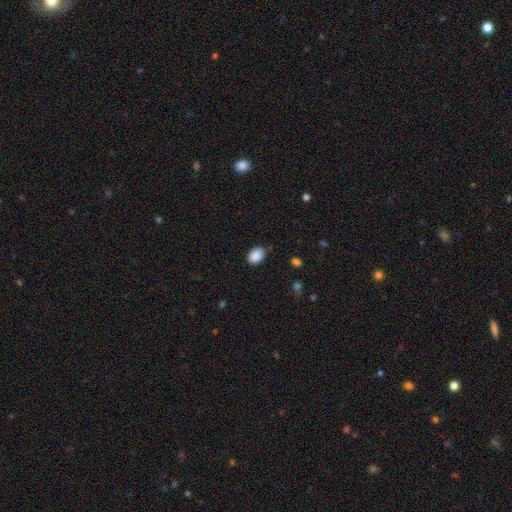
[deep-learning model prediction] The model was most divided on "how rounded": in between: 82%, round: 17%, cigar-shaped: 1%. More confident: smooth or featured — smooth (90%); merging — none (84%).